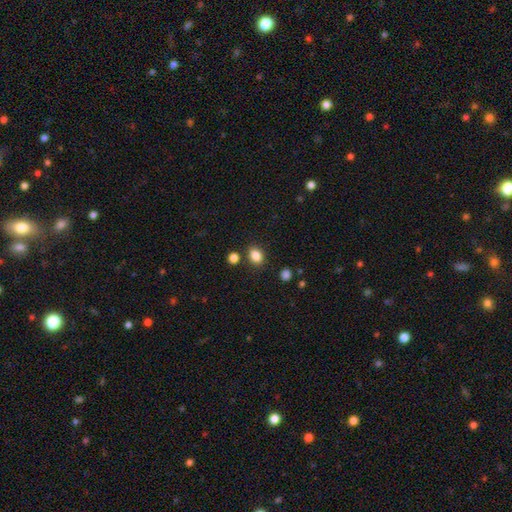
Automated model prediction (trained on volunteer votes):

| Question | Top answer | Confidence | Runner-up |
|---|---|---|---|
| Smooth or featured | smooth | 85% | star or artifact (11%) |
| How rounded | in between | 58% | round (41%) |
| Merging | none | 82% | minor disturbance (10%) |